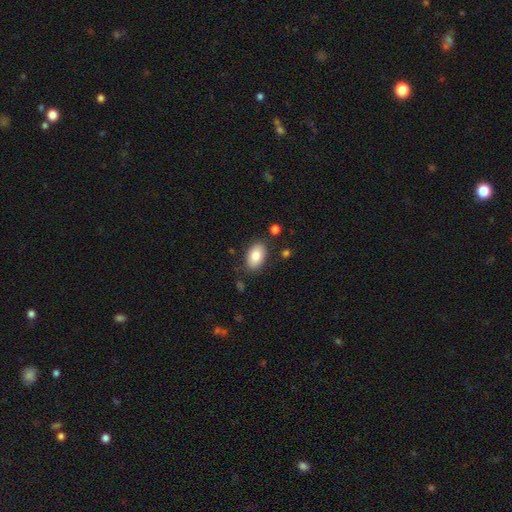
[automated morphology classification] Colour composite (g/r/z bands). It shows a smooth galaxy with no disk features (82%) that is in between round and cigar-shaped (91%). Merging: none (83%).